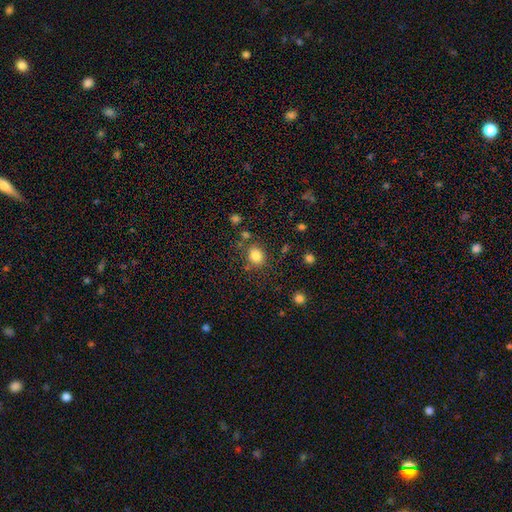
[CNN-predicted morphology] This appears to be a smooth galaxy with no disk features (83%) that is round (59%). Merging: none (74%).